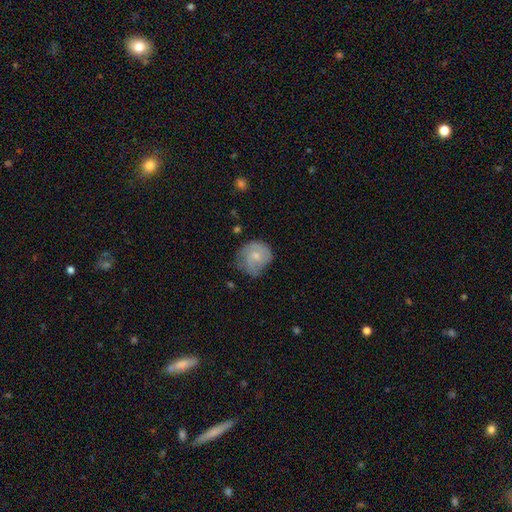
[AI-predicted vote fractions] Morphology: type=smooth (55%); roundness=round (80%); merging=none (51%).